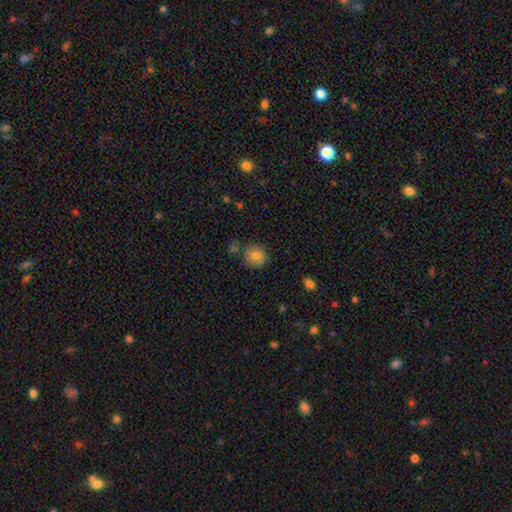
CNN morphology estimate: smooth 78%, featured or disk 12%, star or artifact 10%. Down the decision tree: how rounded — round (85%); merging — none (76%).